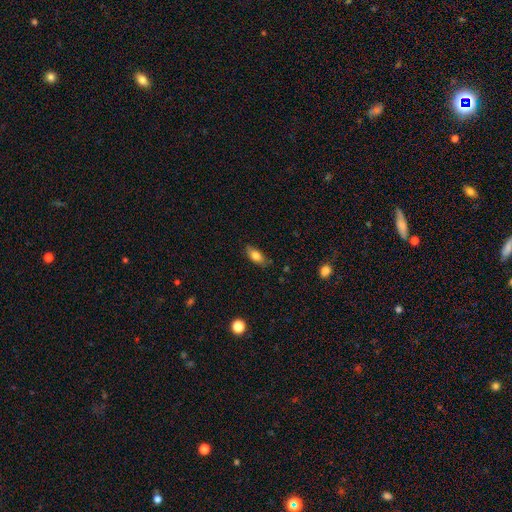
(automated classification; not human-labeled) This appears to be a smooth galaxy with no disk features (78%) that is in between round and cigar-shaped (85%). Merging: none (79%).